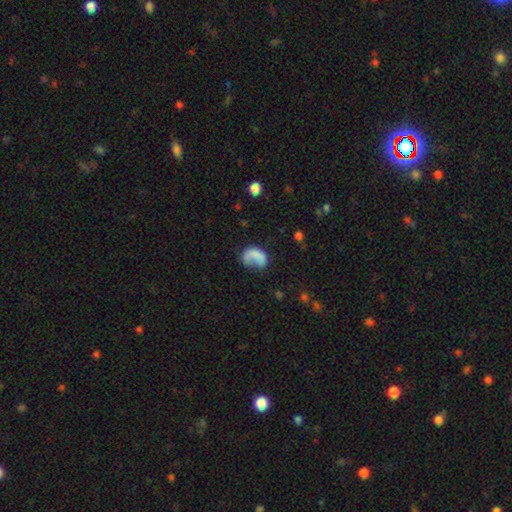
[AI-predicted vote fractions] smooth-or-featured: smooth: 62% | featured or disk: 30% | star or artifact: 9%
  how-rounded: in between: 71% | round: 27% | cigar-shaped: 2%
  merging: major disturbance: 39% | none: 34% | minor disturbance: 22% | merger: 4%